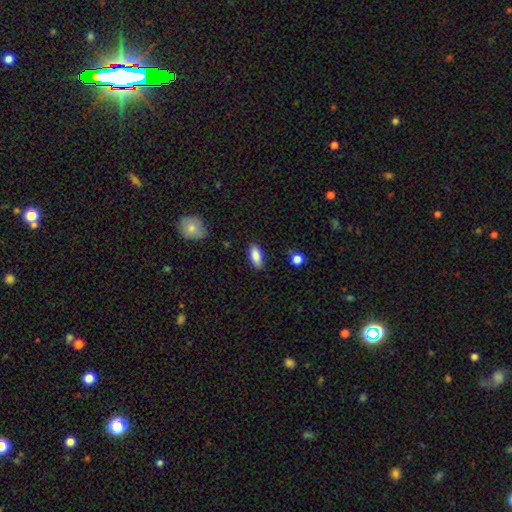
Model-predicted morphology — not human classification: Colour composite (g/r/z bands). It shows a smooth galaxy with no disk features (85%) that is in between round and cigar-shaped (86%). Merging: none (84%).